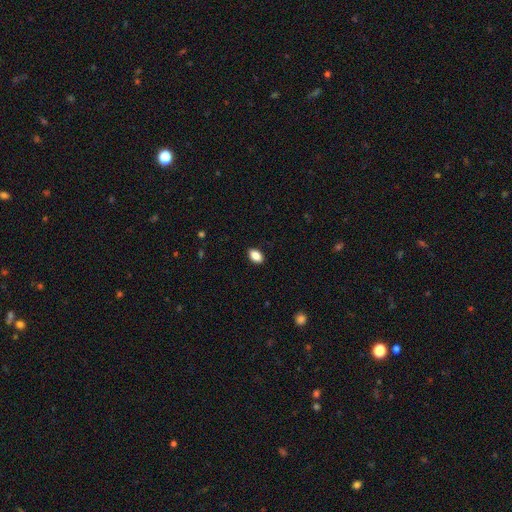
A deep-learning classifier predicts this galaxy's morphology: Overall: smooth (88%). How rounded: in between (89%). Merging: none (89%).